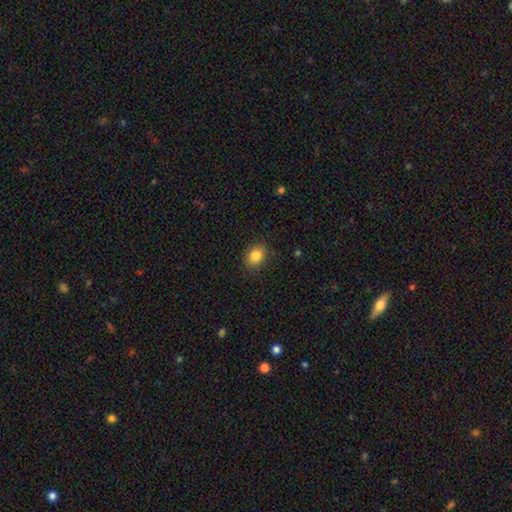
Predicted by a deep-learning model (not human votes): A smooth galaxy with no disk features (85%) that is round (53%). Merging: none (83%).